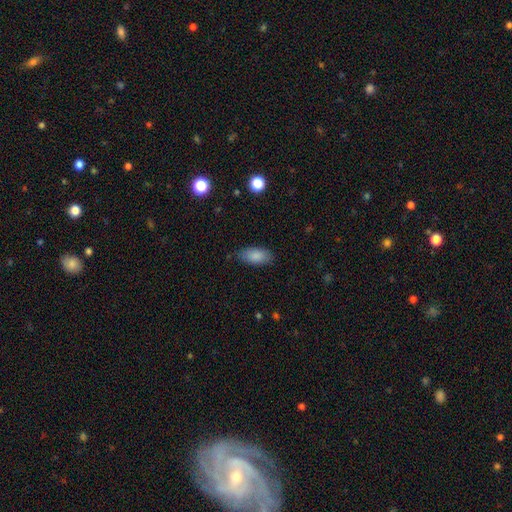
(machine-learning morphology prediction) smooth_or_featured: smooth (p=0.86) [alt: star or artifact p=0.07]
how_rounded: in between (p=0.90) [alt: cigar-shaped p=0.08]
merging: none (p=0.79) [alt: minor disturbance p=0.17]